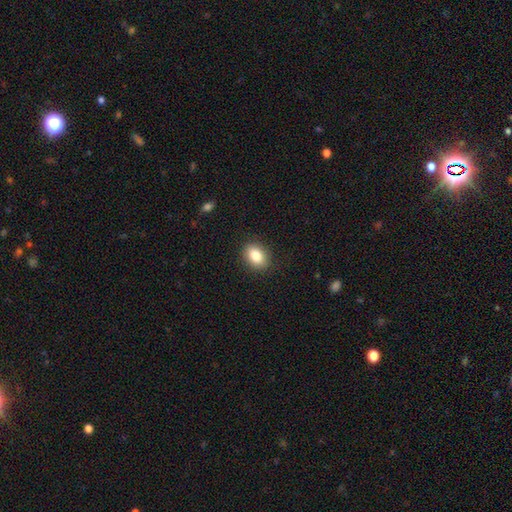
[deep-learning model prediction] This is clearly a smooth galaxy (85%). How rounded: likely in between (73%). Merging: clearly none (89%).